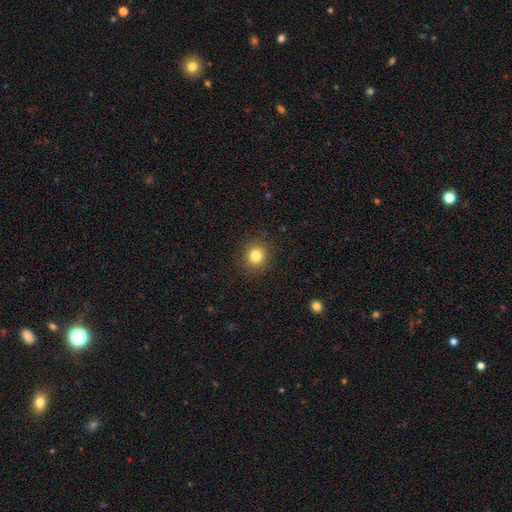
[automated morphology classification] smooth_or_featured: smooth (p=0.82) [alt: star or artifact p=0.12]
how_rounded: round (p=0.87) [alt: in between p=0.12]
merging: none (p=0.90) [alt: minor disturbance p=0.07]